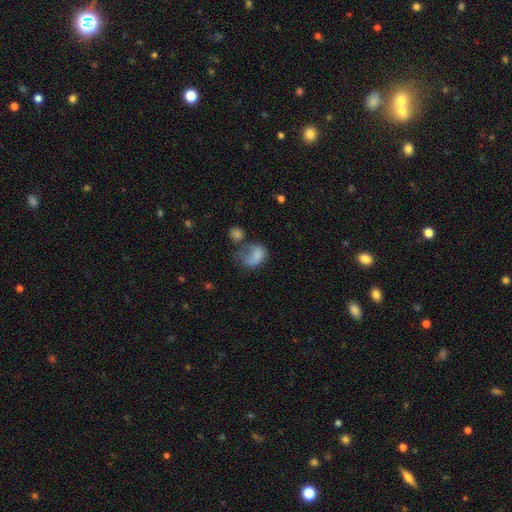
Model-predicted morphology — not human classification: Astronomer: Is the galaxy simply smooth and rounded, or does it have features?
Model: smooth — 71%.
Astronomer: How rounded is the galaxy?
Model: in between — 77%.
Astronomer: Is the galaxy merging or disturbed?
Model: major disturbance — 38% (runner-up: merger, 25%).